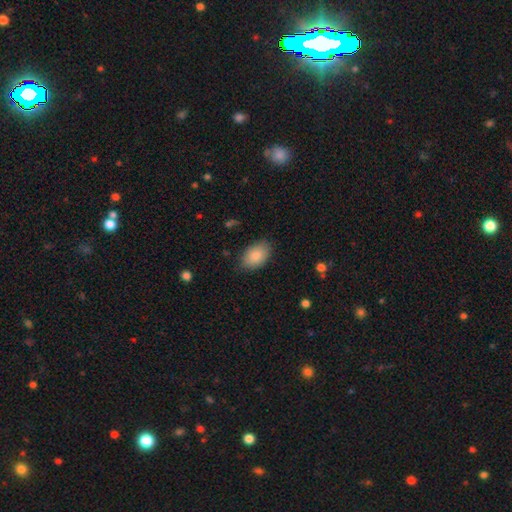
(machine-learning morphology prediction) Smooth or featured?
  - smooth: 86% *
  - featured or disk: 7%
  - star or artifact: 7%
How rounded?
  - in between: 91% *
  - round: 8%
  - cigar-shaped: 1%
Merging?
  - none: 84% *
  - minor disturbance: 13%
  - major disturbance: 3%
  - merger: 1%